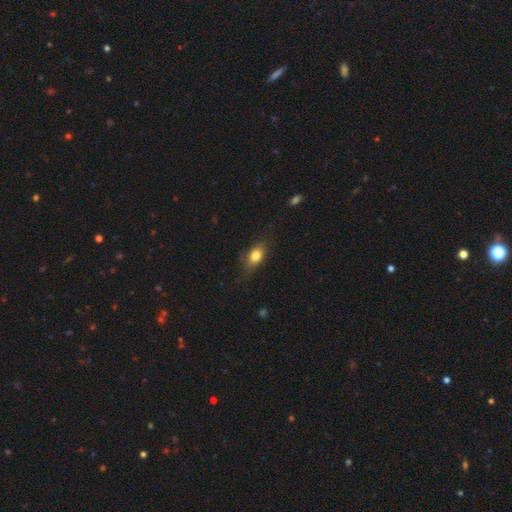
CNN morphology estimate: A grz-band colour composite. It shows a smooth galaxy with no disk features (78%) that is in between round and cigar-shaped (76%). Merging: none (67%).